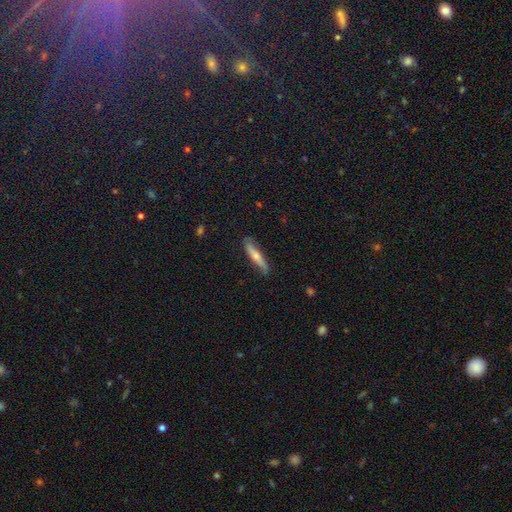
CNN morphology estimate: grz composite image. It shows a featured or disk galaxy (47%). Merging: none (79%).